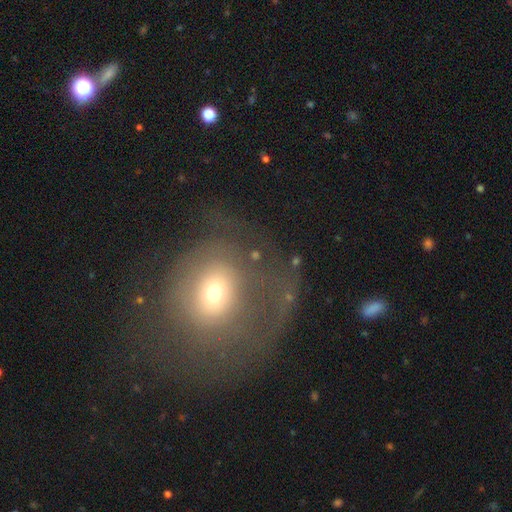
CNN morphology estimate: A smooth galaxy with no disk features (48%). Merging: none (41%).